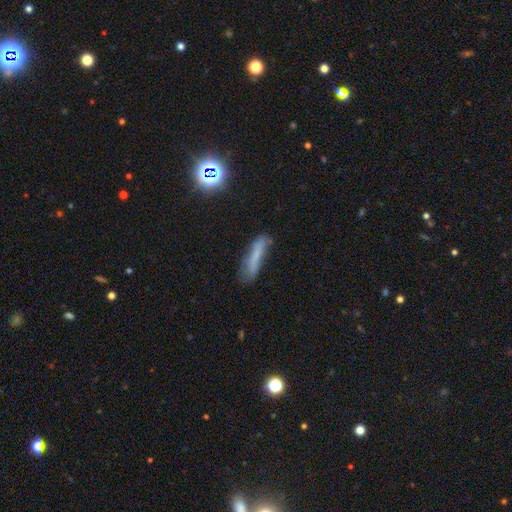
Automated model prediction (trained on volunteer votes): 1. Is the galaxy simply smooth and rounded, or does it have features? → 65% smooth, 21% featured or disk, 14% star or artifact.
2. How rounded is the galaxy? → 83% cigar-shaped, 15% in between, 2% round.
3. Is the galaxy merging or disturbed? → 60% none, 26% minor disturbance, 10% major disturbance, 4% merger.